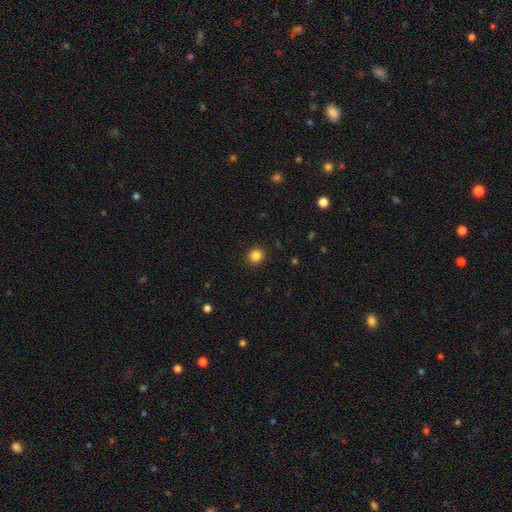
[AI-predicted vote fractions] smooth 85%, star or artifact 12%, featured or disk 4%. Down the decision tree: how rounded — round (93%); merging — none (92%).